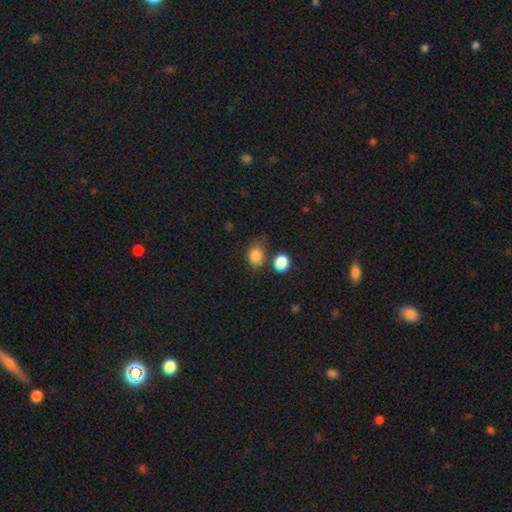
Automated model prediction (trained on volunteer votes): smooth 84%, star or artifact 10%, featured or disk 5%. Down the decision tree: how rounded — round (52%); merging — none (64%).